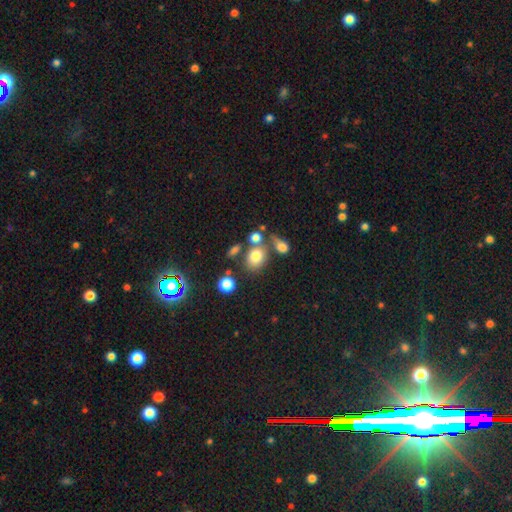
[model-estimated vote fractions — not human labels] A smooth galaxy with no disk features (76%) that is in between round and cigar-shaped (54%).

Vote fractions:
- Smooth or featured? smooth: 76% / star or artifact: 13% / featured or disk: 12%
- How rounded? in between: 54% / round: 45% / cigar-shaped: 1%
- Merging? none: 55% / merger: 24% / minor disturbance: 14% / major disturbance: 7%